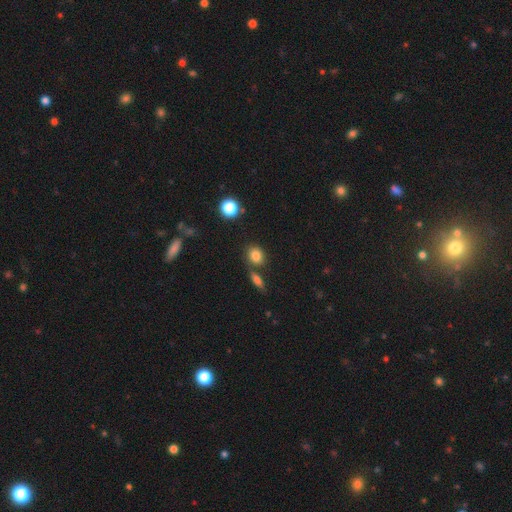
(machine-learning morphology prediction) smooth 83%, star or artifact 11%, featured or disk 6%. Down the decision tree: how rounded — round (61%); merging — none (68%).